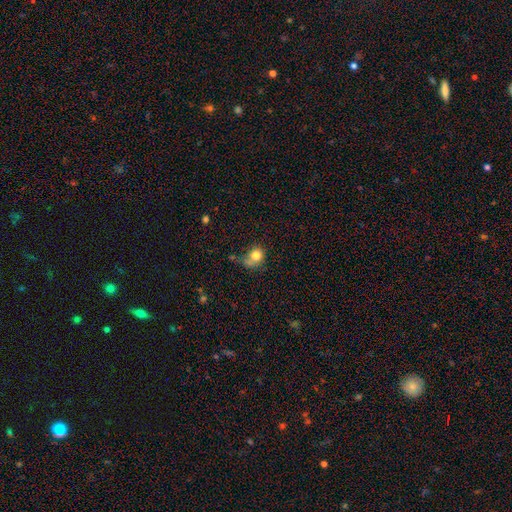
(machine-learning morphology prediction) smooth-or-featured: smooth: 80% | star or artifact: 11% | featured or disk: 10%
  how-rounded: round: 77% | in between: 22% | cigar-shaped: 1%
  merging: none: 45% | minor disturbance: 24% | merger: 16% | major disturbance: 14%